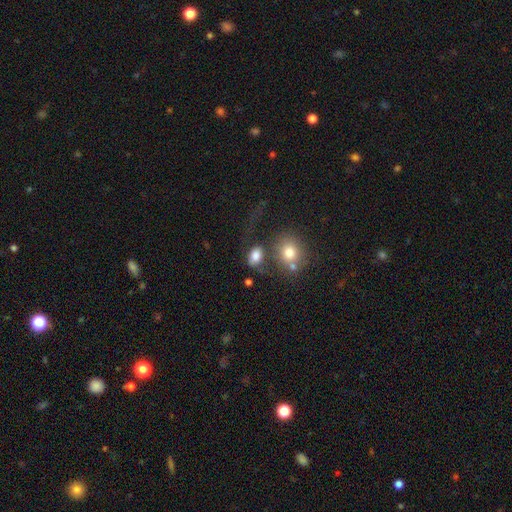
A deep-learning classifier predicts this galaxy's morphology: A smooth galaxy with no disk features (79%) that is in between round and cigar-shaped (78%).

Vote fractions:
- Smooth or featured? smooth: 79% / featured or disk: 11% / star or artifact: 10%
- How rounded? in between: 78% / round: 20% / cigar-shaped: 2%
- Merging? none: 43% / merger: 22% / major disturbance: 18% / minor disturbance: 17%